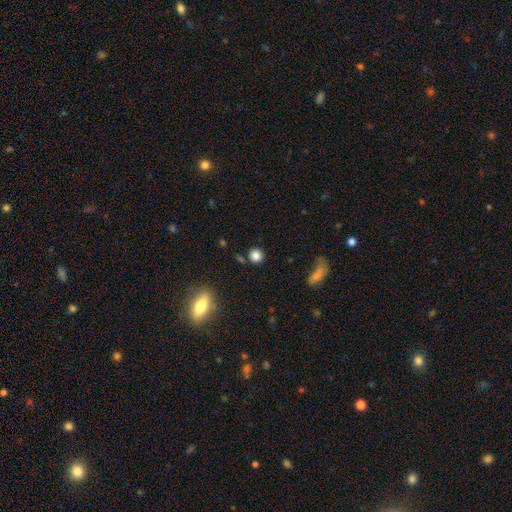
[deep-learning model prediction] Smooth or featured?
  - smooth: 83% *
  - star or artifact: 12%
  - featured or disk: 5%
How rounded?
  - round: 89% *
  - in between: 9%
  - cigar-shaped: 1%
Merging?
  - none: 82% *
  - minor disturbance: 9%
  - merger: 6%
  - major disturbance: 3%